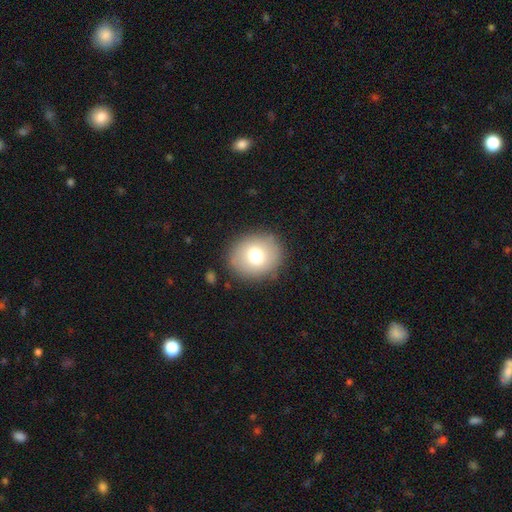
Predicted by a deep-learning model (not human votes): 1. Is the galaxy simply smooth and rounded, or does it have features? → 74% smooth, 16% featured or disk, 10% star or artifact.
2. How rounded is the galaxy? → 74% round, 25% in between, 1% cigar-shaped.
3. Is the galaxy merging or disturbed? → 87% none, 9% minor disturbance, 3% major disturbance, 1% merger.